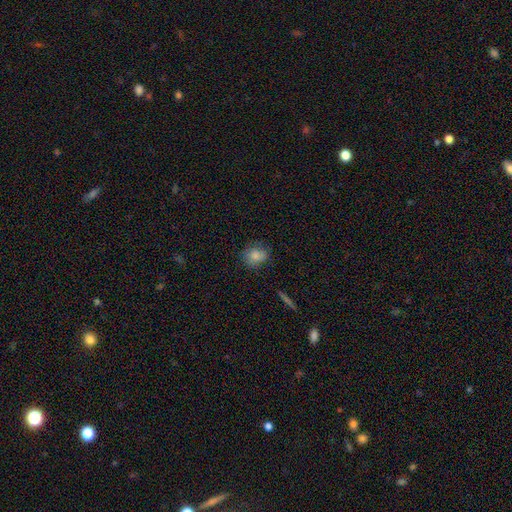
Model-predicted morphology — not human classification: Smooth or featured? smooth (83%)
How rounded? round (61%)
Merging? none (74%)